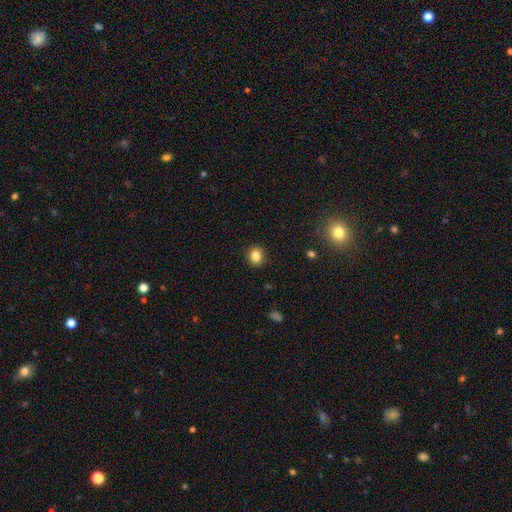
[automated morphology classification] smooth 84%, star or artifact 11%, featured or disk 5%. Down the decision tree: how rounded — round (69%); merging — none (89%).